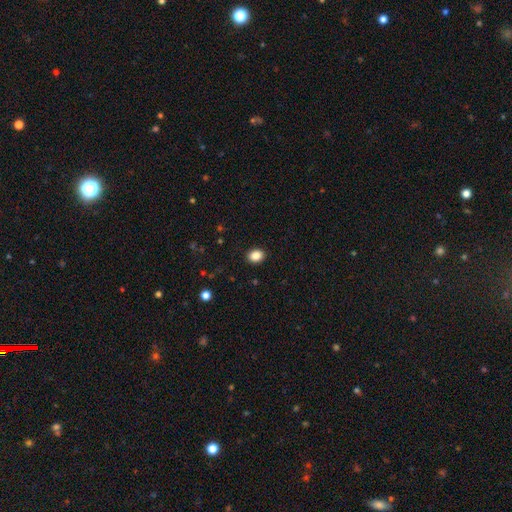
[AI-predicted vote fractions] Morphology: type=smooth (87%); roundness=in between (52%); merging=none (91%).